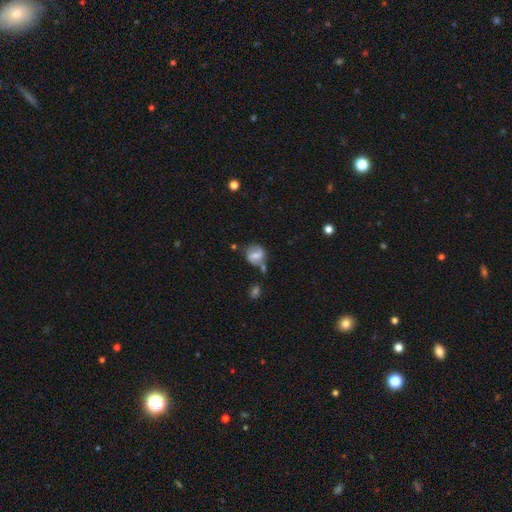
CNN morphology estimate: smooth_or_featured: smooth (p=0.49) [alt: featured or disk p=0.42]
merging: none (p=0.53) [alt: minor disturbance p=0.22]